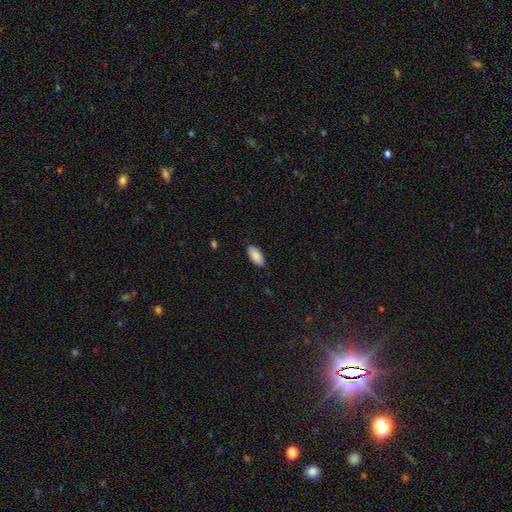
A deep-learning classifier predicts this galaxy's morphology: Q: Smooth or featured?
A: smooth (89%); runner-up: star or artifact (6%)
Q: How rounded?
A: in between (93%); runner-up: cigar-shaped (6%)
Q: Merging?
A: none (87%); runner-up: minor disturbance (10%)